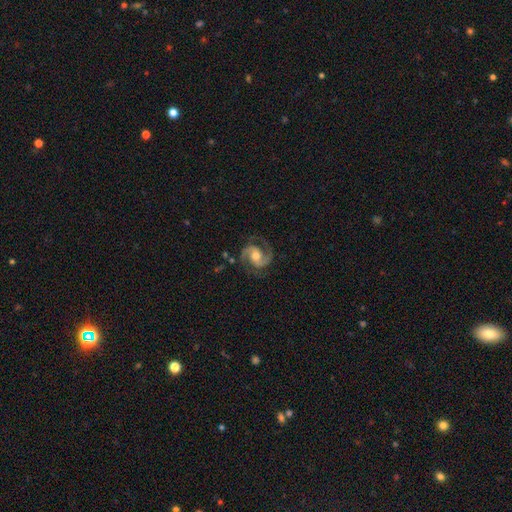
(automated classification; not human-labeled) A featured or disk galaxy (92%) with no bar (50%), 2 (93%) medium (61%) spiral arms (98%) and a moderate central bulge (68%). Merging: none (79%).